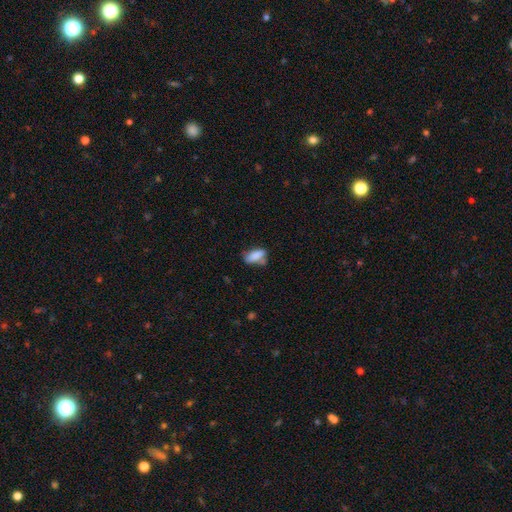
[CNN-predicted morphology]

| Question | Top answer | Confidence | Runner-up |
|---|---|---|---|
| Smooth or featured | smooth | 81% | featured or disk (10%) |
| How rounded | in between | 83% | cigar-shaped (14%) |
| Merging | none | 50% | minor disturbance (28%) |